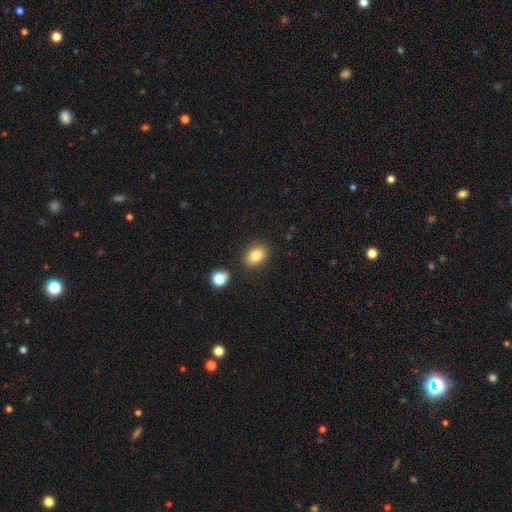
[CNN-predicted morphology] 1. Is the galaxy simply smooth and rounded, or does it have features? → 82% smooth, 10% star or artifact, 8% featured or disk.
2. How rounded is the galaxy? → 74% in between, 25% round, 1% cigar-shaped.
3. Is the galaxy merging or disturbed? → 83% none, 10% minor disturbance, 4% merger, 3% major disturbance.